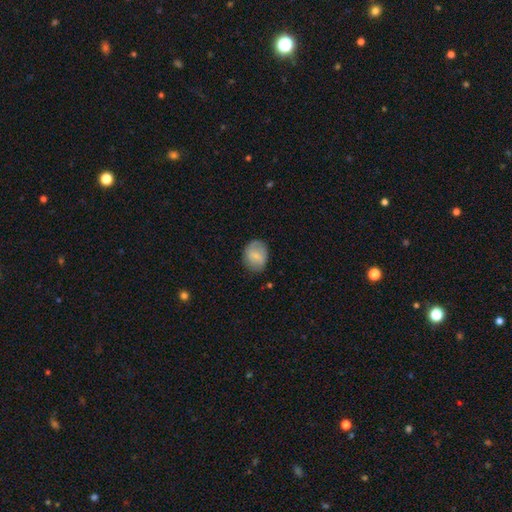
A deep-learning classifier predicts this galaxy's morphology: This appears to be a smooth galaxy with no disk features (61%) that is round (55%). Merging: none (72%).